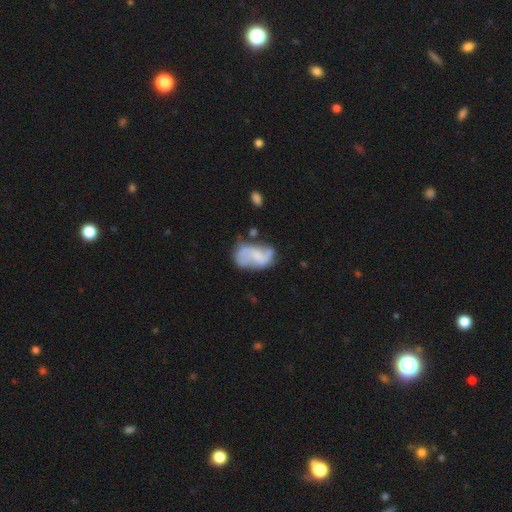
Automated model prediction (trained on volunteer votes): Morphology: type=featured or disk (64%); edge-on=no (97%); bar=no (46%); spiral arms=yes (80%); bulge=none (42%); merging=none (47%).